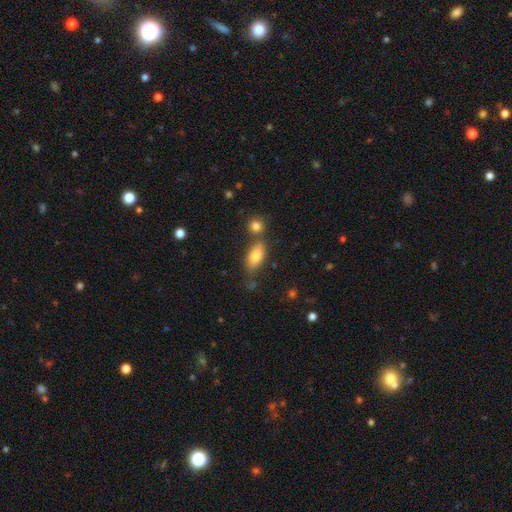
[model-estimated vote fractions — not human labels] A smooth galaxy with no disk features (80%) that is in between round and cigar-shaped (88%).

Vote fractions:
- Smooth or featured? smooth: 80% / featured or disk: 13% / star or artifact: 8%
- How rounded? in between: 88% / cigar-shaped: 7% / round: 5%
- Merging? none: 60% / merger: 22% / minor disturbance: 14% / major disturbance: 4%